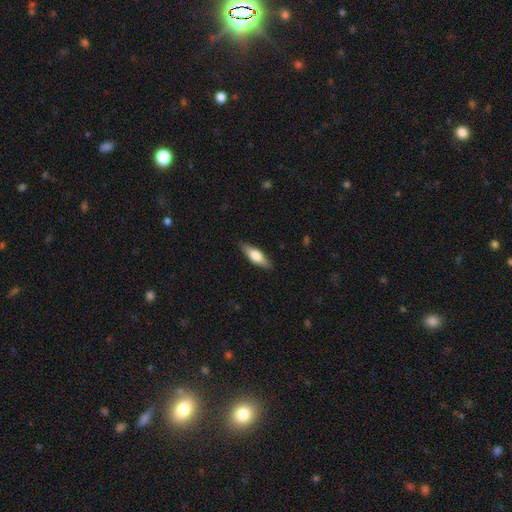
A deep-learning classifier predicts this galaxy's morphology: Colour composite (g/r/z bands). It shows a smooth galaxy with no disk features (62%) that is in between round and cigar-shaped (51%). Merging: none (87%).